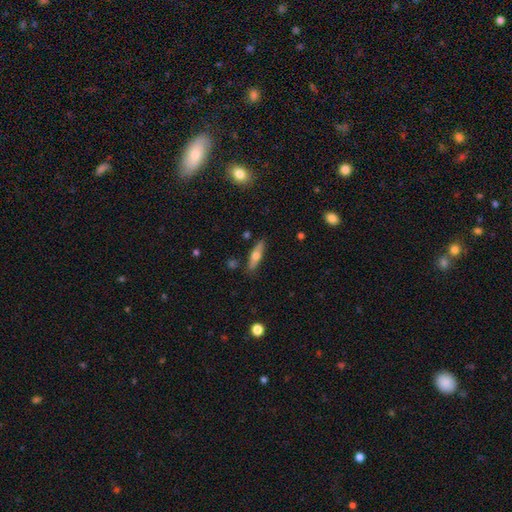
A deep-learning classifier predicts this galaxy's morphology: smooth_or_featured: smooth (p=0.56) [alt: featured or disk p=0.37]
how_rounded: cigar-shaped (p=0.60) [alt: in between p=0.38]
merging: none (p=0.84) [alt: minor disturbance p=0.12]